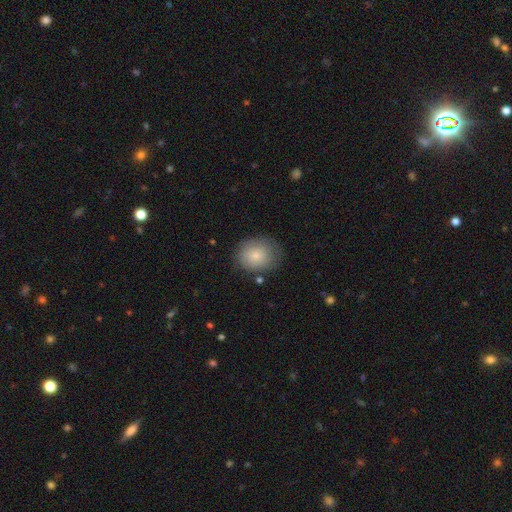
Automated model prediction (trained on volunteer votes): Overall: smooth (83%). How rounded: round (68%; in between 31%). Merging: none (77%).